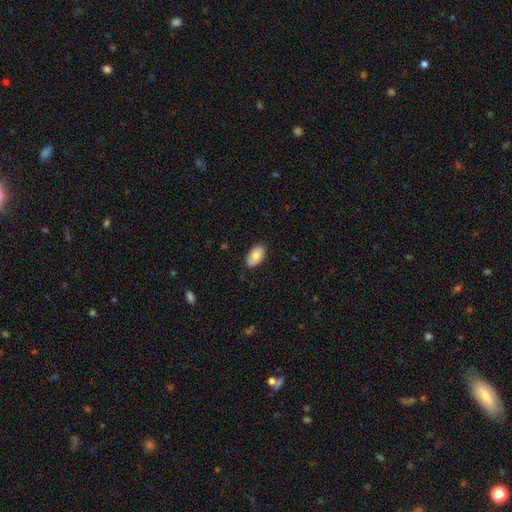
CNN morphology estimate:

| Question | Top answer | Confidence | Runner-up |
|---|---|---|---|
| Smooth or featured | smooth | 86% | featured or disk (8%) |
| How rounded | in between | 95% | round (3%) |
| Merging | none | 86% | minor disturbance (11%) |